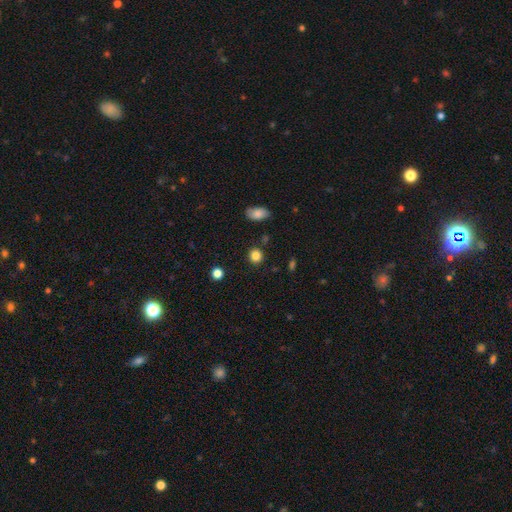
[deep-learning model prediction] Smooth or featured: smooth — 84% (star or artifact — 11%)
How rounded: round — 86% (in between — 13%)
Merging: none — 87% (minor disturbance — 7%)